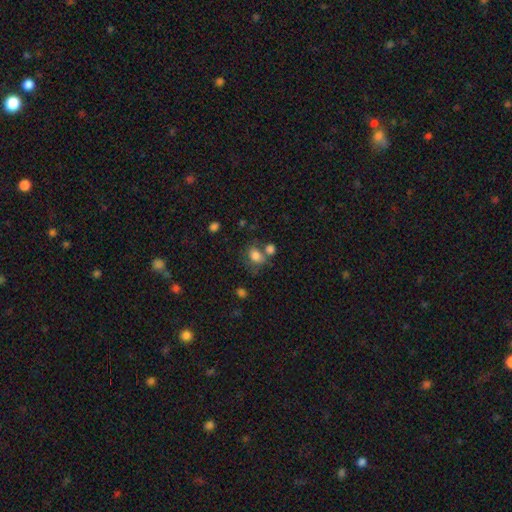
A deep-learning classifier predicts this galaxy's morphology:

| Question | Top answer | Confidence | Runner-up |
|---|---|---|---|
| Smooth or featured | smooth | 78% | star or artifact (11%) |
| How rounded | in between | 63% | round (35%) |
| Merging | none | 46% | merger (30%) |